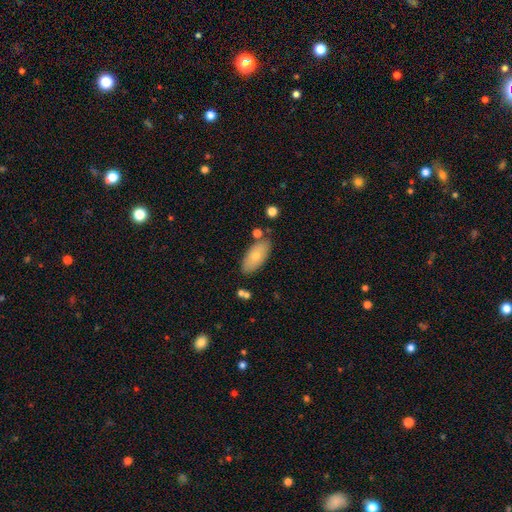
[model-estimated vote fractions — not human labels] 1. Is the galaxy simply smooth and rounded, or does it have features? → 74% smooth, 20% featured or disk, 6% star or artifact.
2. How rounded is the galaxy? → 89% in between, 8% cigar-shaped, 3% round.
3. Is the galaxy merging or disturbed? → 78% none, 14% minor disturbance, 5% merger, 3% major disturbance.